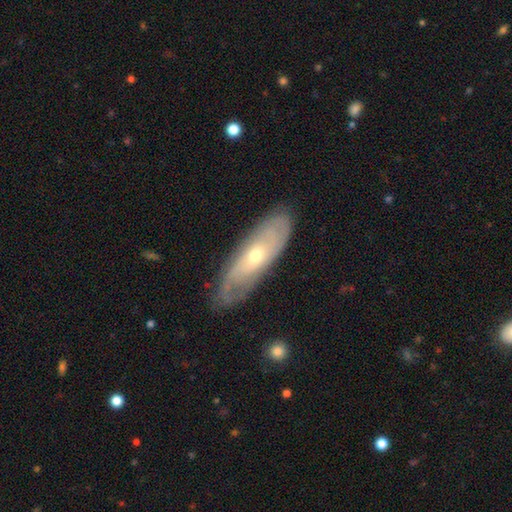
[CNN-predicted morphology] Q: Smooth or featured?
A: featured or disk (69%); runner-up: smooth (25%)
Q: Edge-on disk?
A: no (75%); runner-up: yes (25%)
Q: Bar?
A: no (76%); runner-up: weak (19%)
Q: Spiral arms?
A: yes (74%); runner-up: no (26%)
Q: Bulge size?
A: small (54%); runner-up: moderate (43%)
Q: Merging?
A: none (77%); runner-up: minor disturbance (17%)